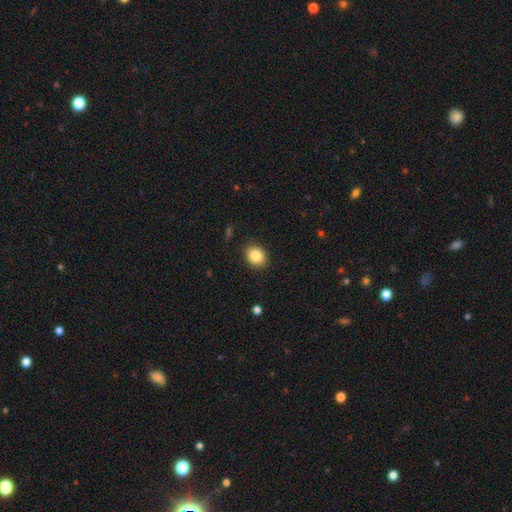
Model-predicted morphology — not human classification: Smooth or featured? Predicted: smooth (p=0.85). How rounded? Predicted: round (p=0.53). Merging? Predicted: none (p=0.88).